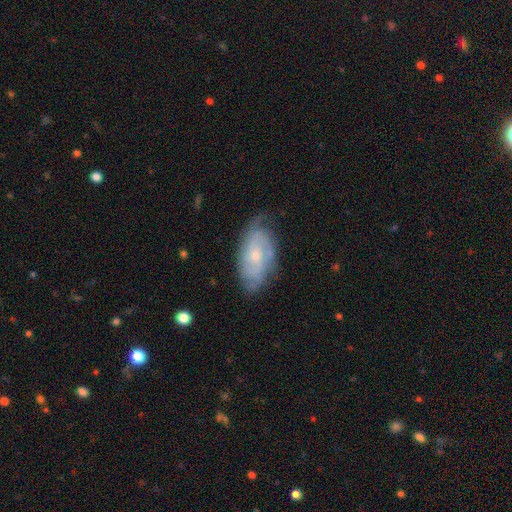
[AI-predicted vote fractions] A featured or disk galaxy (73%) with no bar (69%), tight (55%) spiral arms (90%) and a small central bulge (59%). Merging: none (67%).